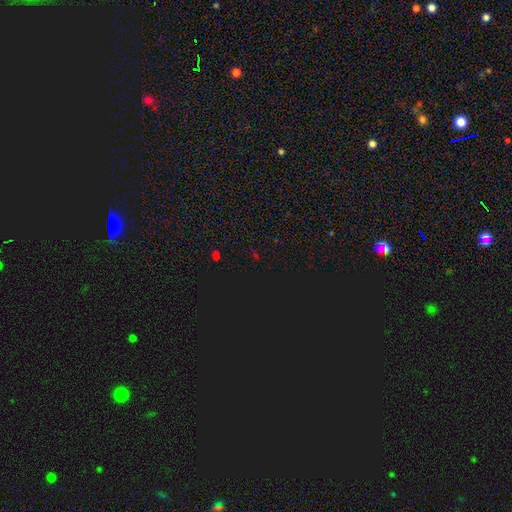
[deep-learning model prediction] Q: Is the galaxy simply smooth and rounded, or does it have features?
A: star or artifact — 75%.